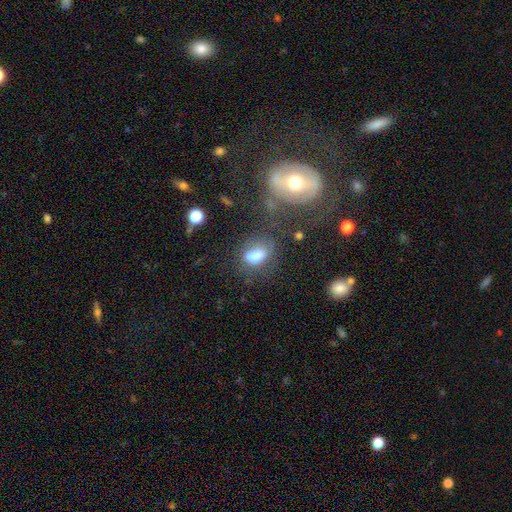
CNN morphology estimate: Q: Smooth or featured?
A: smooth (67%); runner-up: featured or disk (19%)
Q: How rounded?
A: in between (82%); runner-up: round (12%)
Q: Merging?
A: none (43%); runner-up: minor disturbance (24%)